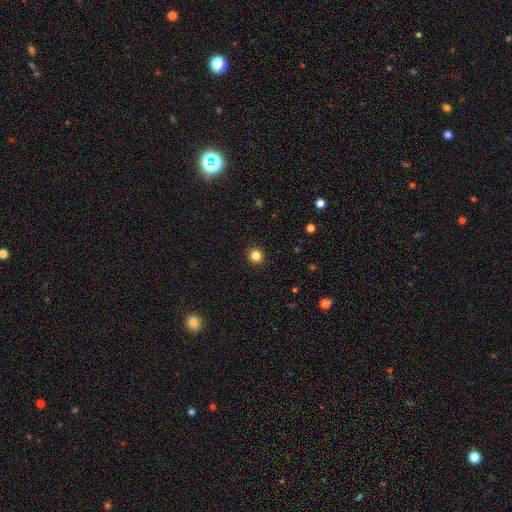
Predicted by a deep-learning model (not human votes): A smooth galaxy with no disk features (83%) that is round (93%). Merging: none (93%).